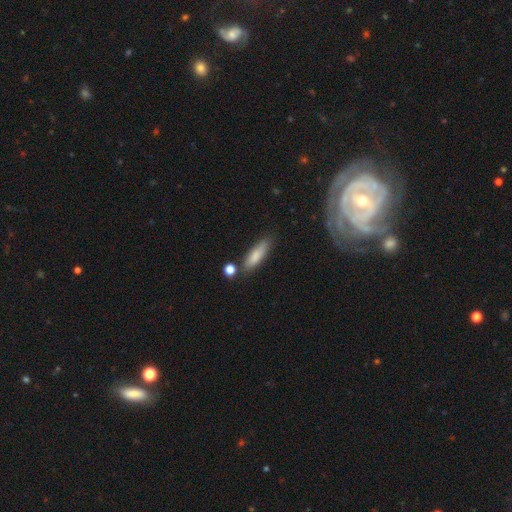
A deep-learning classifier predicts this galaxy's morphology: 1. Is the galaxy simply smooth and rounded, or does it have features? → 80% smooth, 13% featured or disk, 7% star or artifact.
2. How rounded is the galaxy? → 57% cigar-shaped, 41% in between, 2% round.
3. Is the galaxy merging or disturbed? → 71% none, 18% minor disturbance, 7% merger, 4% major disturbance.